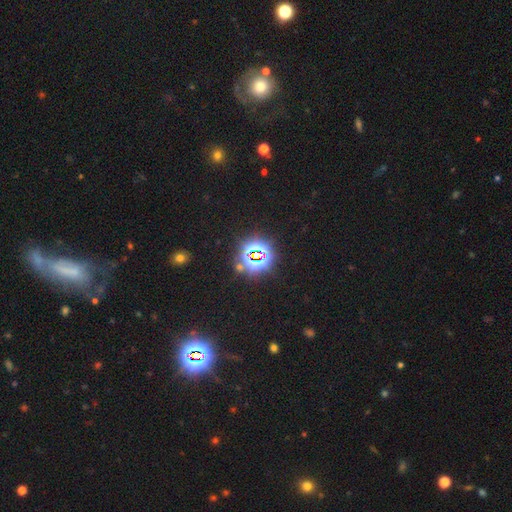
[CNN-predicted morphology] This is likely a star or artifact rather than a galaxy (79%).